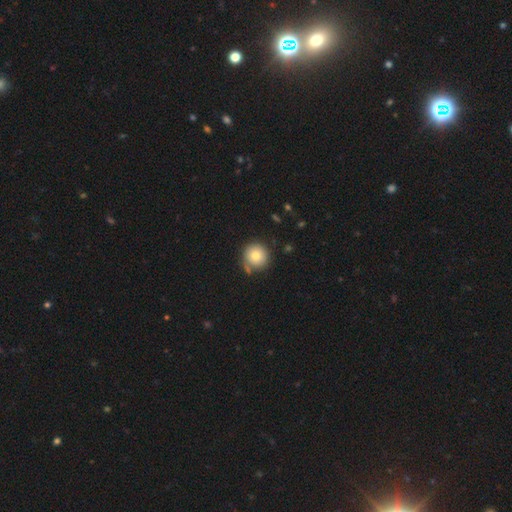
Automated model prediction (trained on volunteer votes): A smooth galaxy with no disk features (79%) that is round (95%). Merging: none (75%).